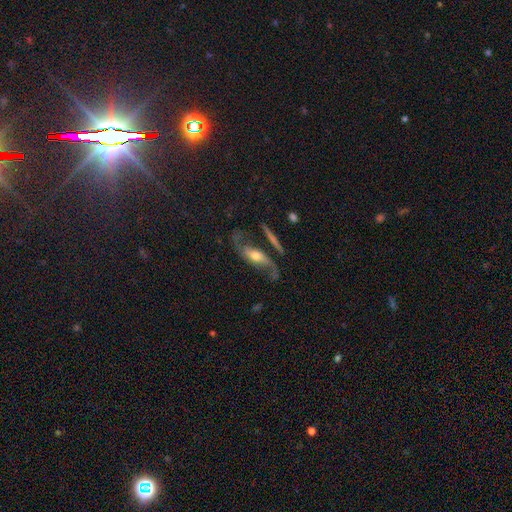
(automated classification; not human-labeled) Smooth or featured?
  - featured or disk: 80% *
  - smooth: 14%
  - star or artifact: 6%
Edge-on disk?
  - no: 83% *
  - yes: 17%
Bar?
  - no: 50% *
  - weak: 29%
  - strong: 21%
Spiral arms?
  - yes: 91% *
  - no: 9%
Spiral winding?
  - loose: 67% *
  - medium: 25%
  - tight: 8%
Spiral arm count?
  - 2: 89% *
  - 1: 4%
  - can't tell: 4%
  - 3: 1%
  - 4: 1%
  - more than 4: 1%
Bulge size?
  - moderate: 63% *
  - small: 25%
  - large: 8%
  - none: 2%
  - dominant: 2%
Merging?
  - none: 57% *
  - minor disturbance: 19%
  - major disturbance: 19%
  - merger: 6%